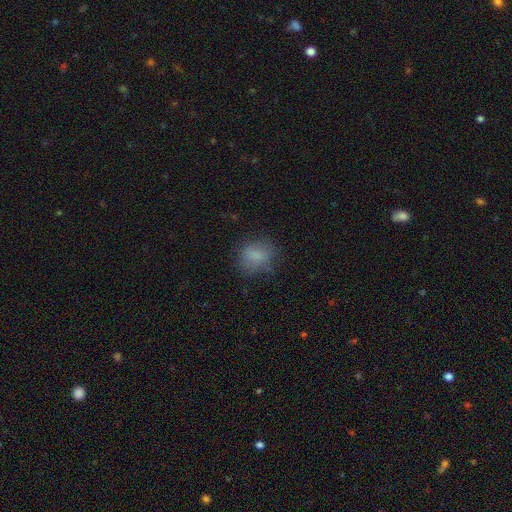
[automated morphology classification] Overall: smooth (77%). How rounded: round (58%; in between 41%). Merging: none (69%).